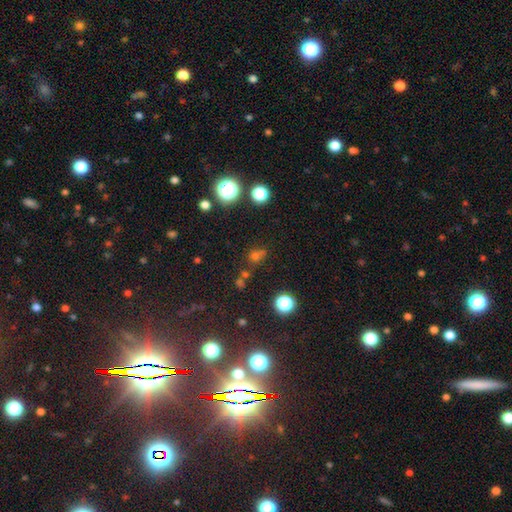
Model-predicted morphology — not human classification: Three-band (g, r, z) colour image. It shows a smooth galaxy with no disk features (51%) that is round (73%). Merging: none (63%).